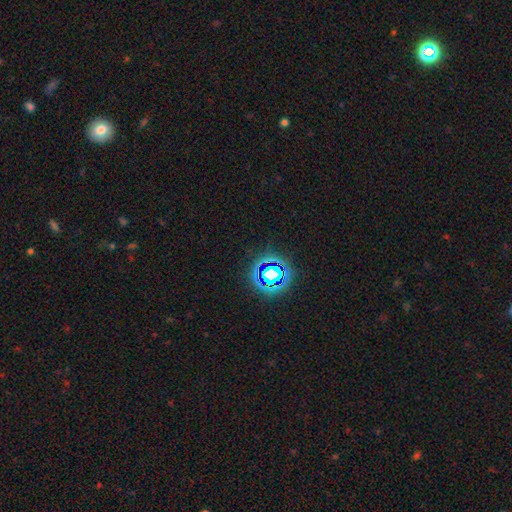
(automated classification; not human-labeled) This appears to be a star or artifact, not a galaxy (78%).